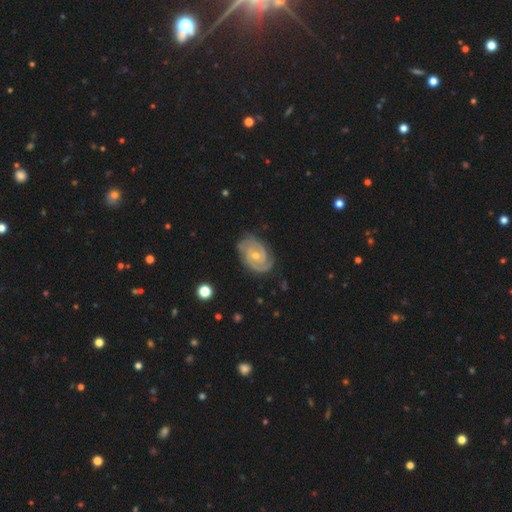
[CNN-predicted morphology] A featured or disk galaxy (89%) with no bar (61%), 2 (56%) tight (67%) spiral arms (97%) and a small central bulge (55%).

Vote fractions:
- Smooth or featured? featured or disk: 89% / smooth: 7% / star or artifact: 4%
- Edge-on disk? no: 97% / yes: 3%
- Bar? no: 61% / weak: 33% / strong: 6%
- Spiral arms? yes: 97% / no: 3%
- Spiral winding? tight: 67% / medium: 28% / loose: 5%
- Spiral arm count? 2: 56% / 3: 20% / can't tell: 12% / 1: 4% / 4: 4% / more than 4: 3%
- Bulge size? small: 55% / moderate: 42% / none: 1% / large: 1% / dominant: 1%
- Merging? none: 76% / minor disturbance: 18% / major disturbance: 5% / merger: 1%